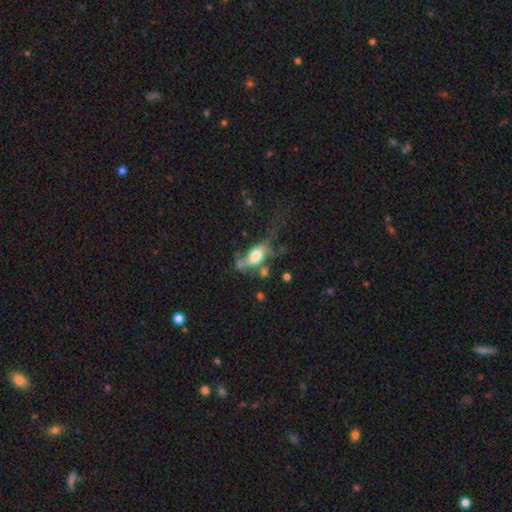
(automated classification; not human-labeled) smooth 54%, featured or disk 37%, star or artifact 10%. Down the decision tree: how rounded — in between (79%); merging — major disturbance (42%).